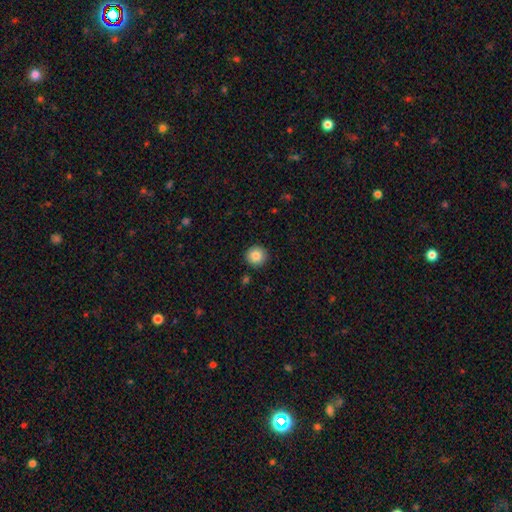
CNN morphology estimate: smooth-or-featured: smooth: 85% | star or artifact: 9% | featured or disk: 6%
  how-rounded: round: 95% | in between: 4% | cigar-shaped: 1%
  merging: none: 92% | minor disturbance: 5% | major disturbance: 2% | merger: 1%